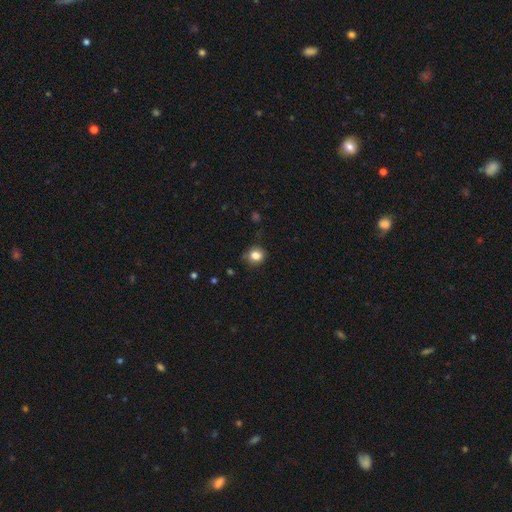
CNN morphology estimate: This appears to be a smooth galaxy with no disk features (83%) that is round (76%). Merging: none (78%).